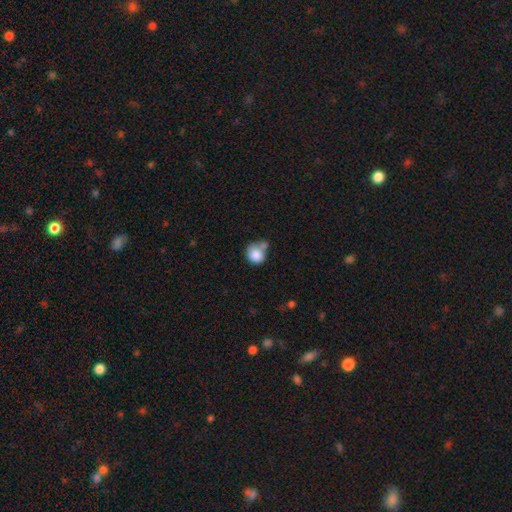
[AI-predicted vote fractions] Q: Smooth or featured?
A: smooth (84%); runner-up: star or artifact (8%)
Q: How rounded?
A: round (81%); runner-up: in between (18%)
Q: Merging?
A: none (39%); runner-up: merger (37%)